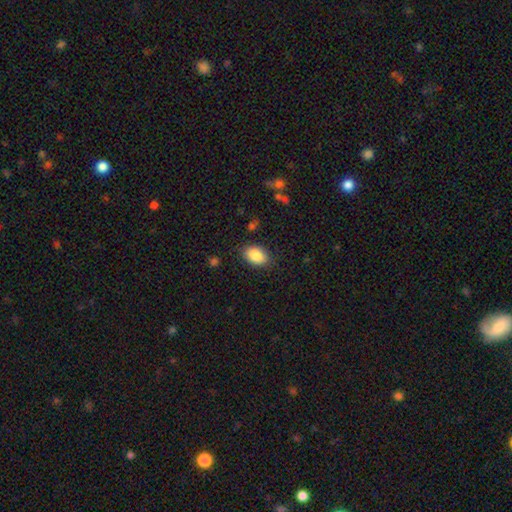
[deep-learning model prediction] Morphology: type=smooth (87%); roundness=in between (88%); merging=none (84%).